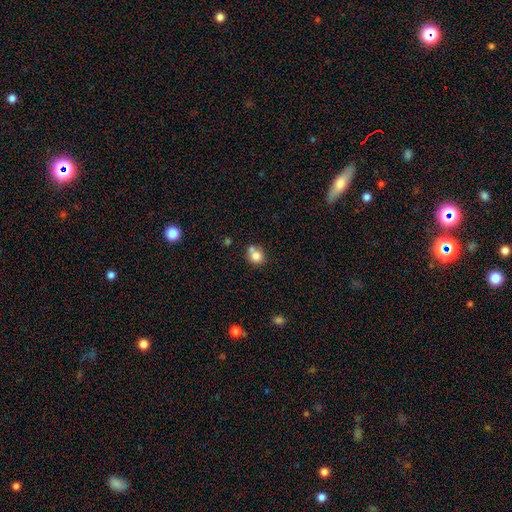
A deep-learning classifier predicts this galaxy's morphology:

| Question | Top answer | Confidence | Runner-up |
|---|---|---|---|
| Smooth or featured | smooth | 79% | star or artifact (11%) |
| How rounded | round | 80% | in between (19%) |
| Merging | none | 52% | merger (34%) |